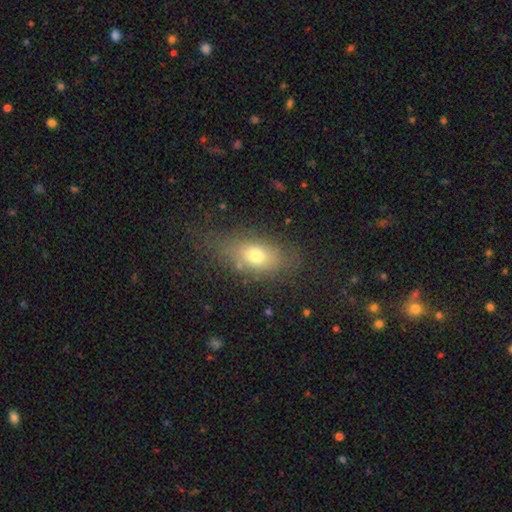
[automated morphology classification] Smooth or featured?
  - smooth: 73% *
  - featured or disk: 17%
  - star or artifact: 10%
How rounded?
  - in between: 82% *
  - round: 12%
  - cigar-shaped: 7%
Merging?
  - none: 68% *
  - minor disturbance: 20%
  - major disturbance: 10%
  - merger: 3%